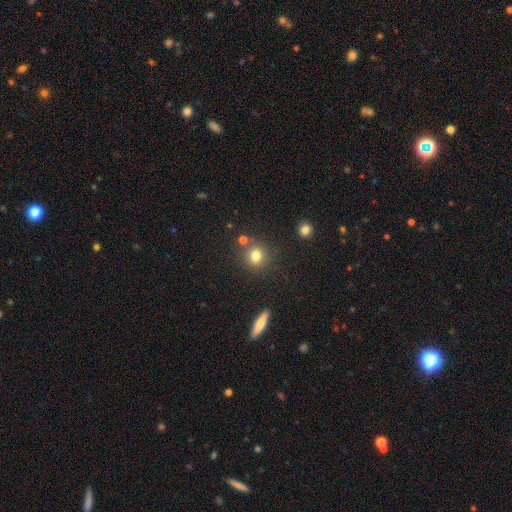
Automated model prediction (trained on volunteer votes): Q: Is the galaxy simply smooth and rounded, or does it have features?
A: smooth — 78%.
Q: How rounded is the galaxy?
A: round — 82%.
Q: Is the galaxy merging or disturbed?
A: none — 78%.